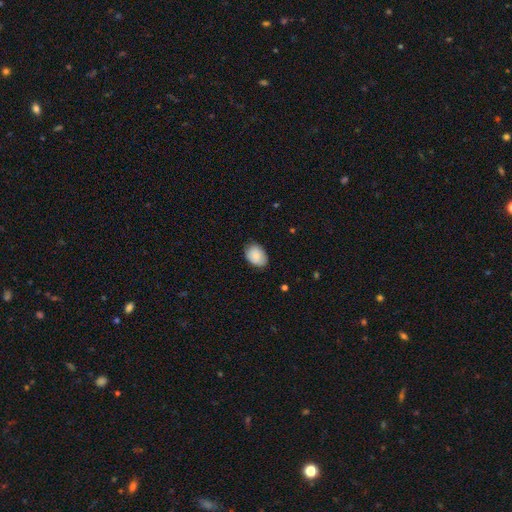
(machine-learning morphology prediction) This appears to be a smooth galaxy with no disk features (86%) that is in between round and cigar-shaped (74%). Merging: none (78%).